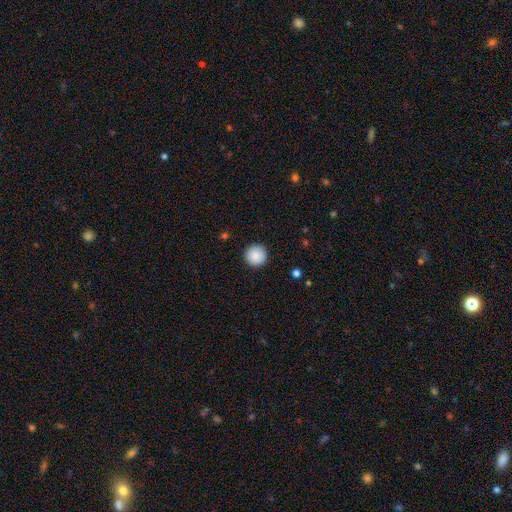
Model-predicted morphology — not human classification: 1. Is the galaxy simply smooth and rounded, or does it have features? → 89% smooth, 8% star or artifact, 3% featured or disk.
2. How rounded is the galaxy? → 96% round, 3% in between, 1% cigar-shaped.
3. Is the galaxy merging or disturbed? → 92% none, 5% minor disturbance, 2% major disturbance, 1% merger.